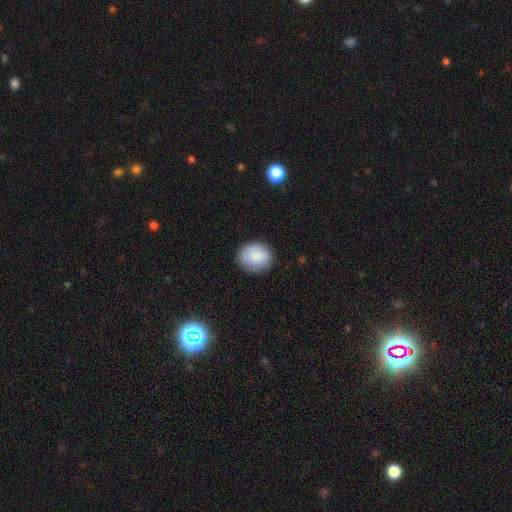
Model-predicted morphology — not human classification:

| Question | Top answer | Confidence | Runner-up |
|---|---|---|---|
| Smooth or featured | smooth | 86% | featured or disk (7%) |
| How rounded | round | 71% | in between (28%) |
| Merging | none | 84% | minor disturbance (12%) |